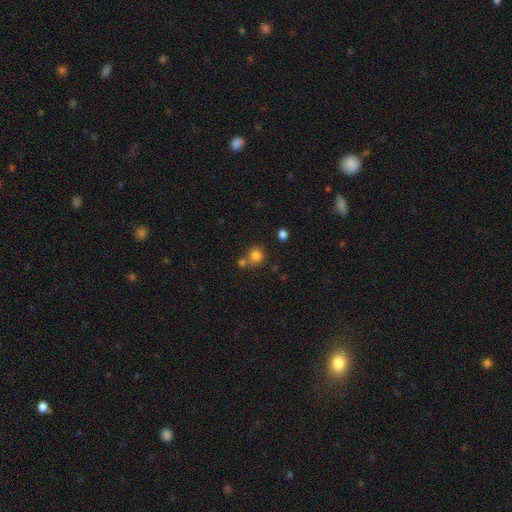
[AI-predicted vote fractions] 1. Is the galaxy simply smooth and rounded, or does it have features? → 81% smooth, 13% star or artifact, 7% featured or disk.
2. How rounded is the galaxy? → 86% round, 13% in between, 1% cigar-shaped.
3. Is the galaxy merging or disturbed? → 58% none, 28% merger, 10% minor disturbance, 4% major disturbance.